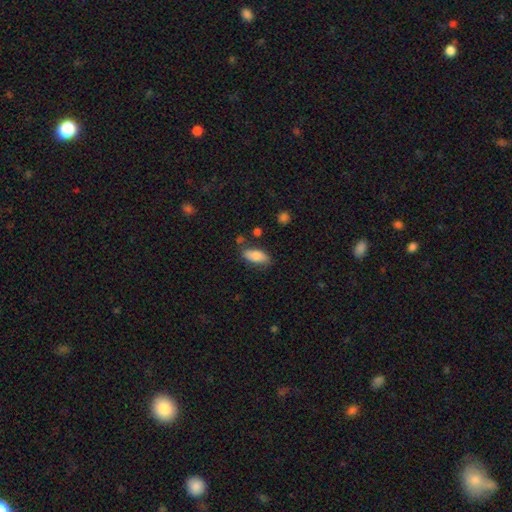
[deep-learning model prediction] Smooth or featured: smooth — 80% (featured or disk — 13%)
How rounded: in between — 83% (cigar-shaped — 14%)
Merging: none — 72% (minor disturbance — 19%)